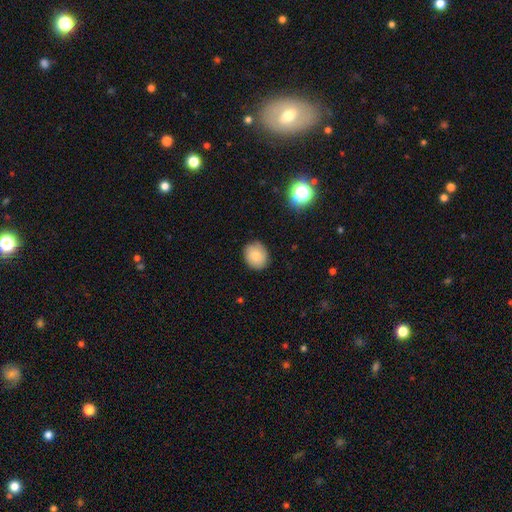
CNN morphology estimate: Smooth or featured? Predicted: smooth (p=0.81). How rounded? Predicted: round (p=0.70). Merging? Predicted: none (p=0.85).